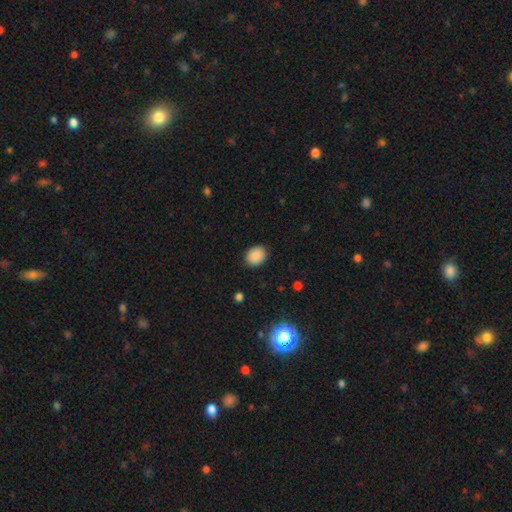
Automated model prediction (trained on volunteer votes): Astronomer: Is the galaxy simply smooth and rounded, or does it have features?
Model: smooth — 88%.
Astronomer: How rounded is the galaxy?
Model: round — 50% (runner-up: in between, 49%).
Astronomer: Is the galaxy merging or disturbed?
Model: none — 89%.